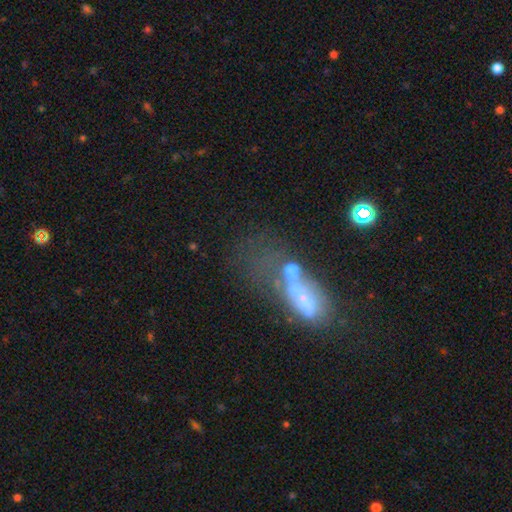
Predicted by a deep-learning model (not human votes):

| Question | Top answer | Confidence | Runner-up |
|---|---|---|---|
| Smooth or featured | featured or disk | 43% | smooth (35%) |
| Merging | merger | 37% | major disturbance (30%) |